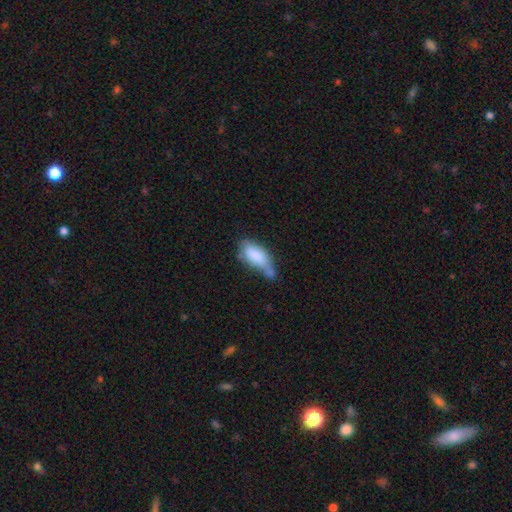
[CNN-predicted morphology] type=smooth (78%); roundness=in between (82%); merging=minor disturbance (33%).